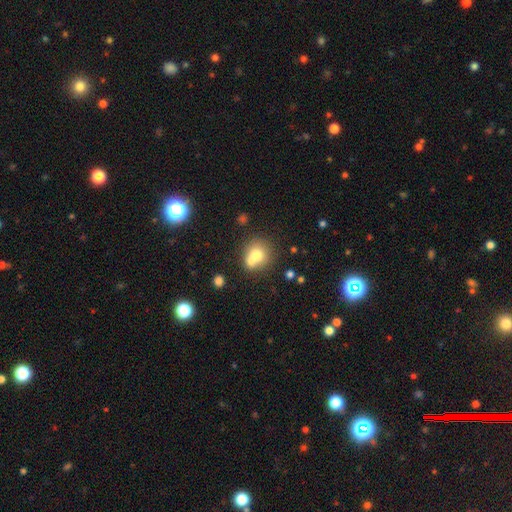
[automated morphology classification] Smooth or featured? smooth (70%)
How rounded? round (83%)
Merging? merger (47%)